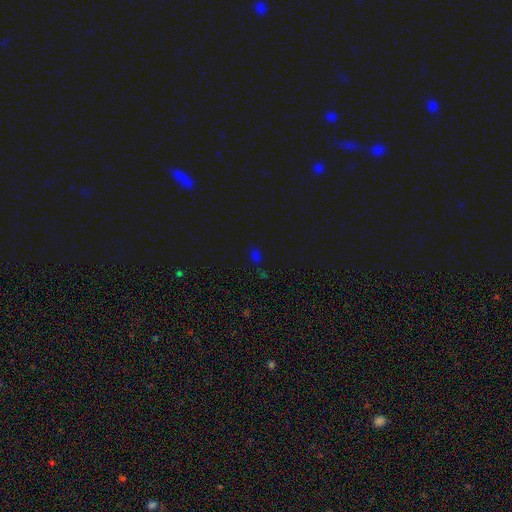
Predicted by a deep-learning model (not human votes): smooth 48%, star or artifact 45%, featured or disk 7%. Down the decision tree: merging — none (61%).